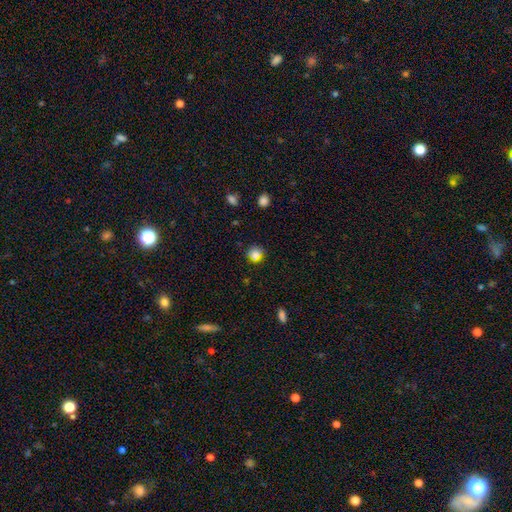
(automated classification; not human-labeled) smooth-or-featured: smooth: 75% | star or artifact: 19% | featured or disk: 6%
  how-rounded: round: 85% | in between: 14% | cigar-shaped: 1%
  merging: none: 83% | minor disturbance: 11% | merger: 4% | major disturbance: 3%